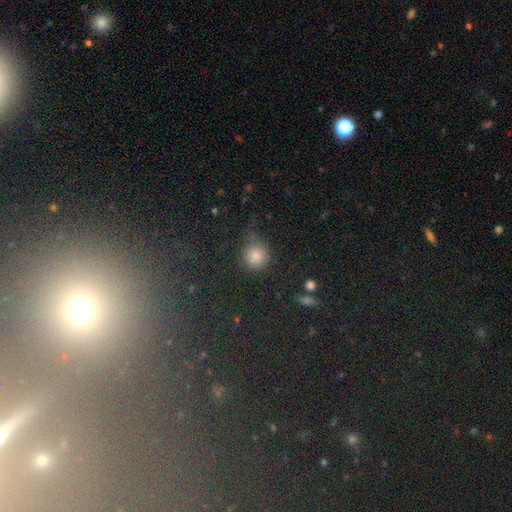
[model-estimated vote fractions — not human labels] Smooth or featured? smooth (79%)
How rounded? round (91%)
Merging? none (68%)